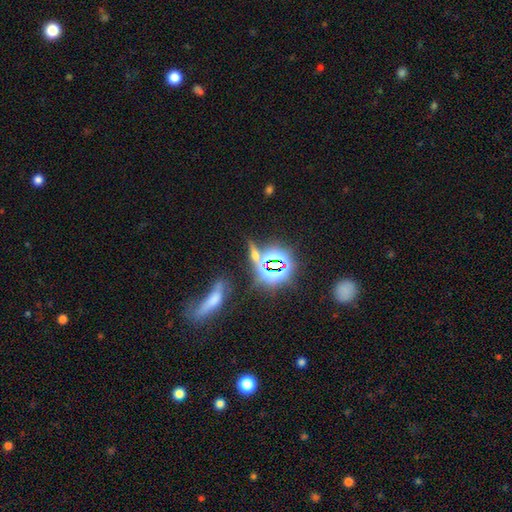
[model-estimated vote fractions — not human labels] This is possibly a star or artifact rather than a galaxy (53%).